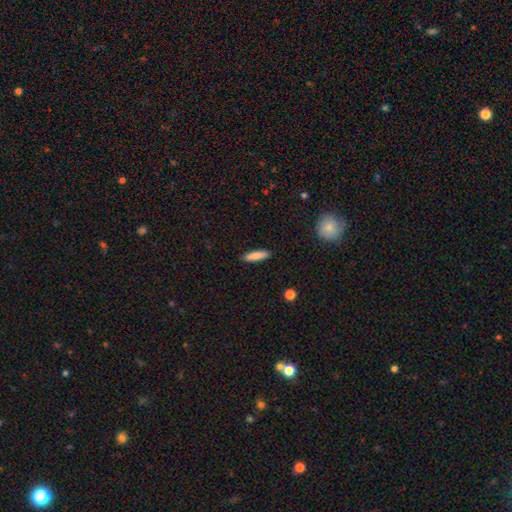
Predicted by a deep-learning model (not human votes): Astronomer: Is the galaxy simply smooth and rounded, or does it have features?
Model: smooth — 85%.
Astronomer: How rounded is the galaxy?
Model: cigar-shaped — 69%.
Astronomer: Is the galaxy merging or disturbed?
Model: none — 89%.